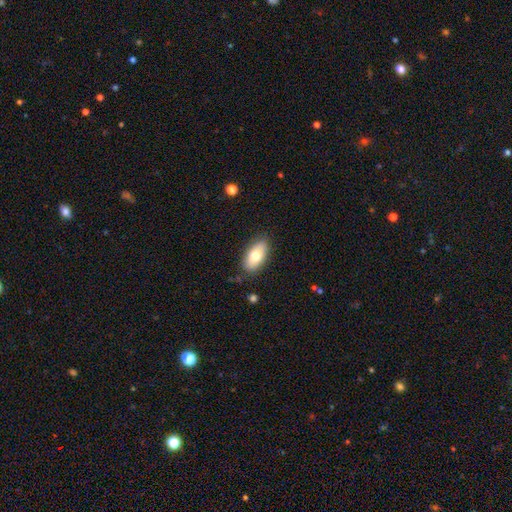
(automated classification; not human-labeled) Q: Smooth or featured?
A: smooth (72%); runner-up: featured or disk (21%)
Q: How rounded?
A: in between (91%); runner-up: cigar-shaped (6%)
Q: Merging?
A: none (85%); runner-up: minor disturbance (11%)